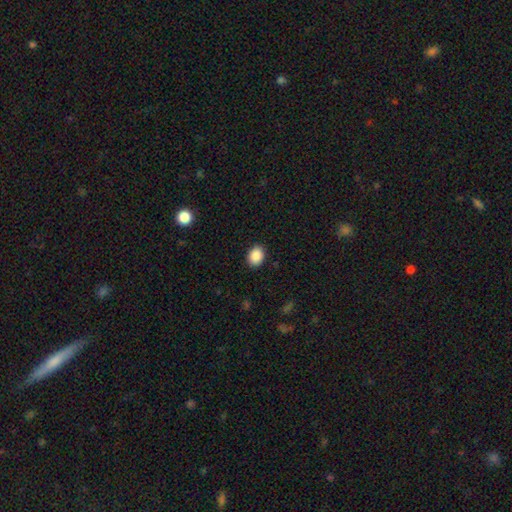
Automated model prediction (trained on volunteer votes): A smooth galaxy with no disk features (89%) that is in between round and cigar-shaped (55%).

Vote fractions:
- Smooth or featured? smooth: 89% / star or artifact: 8% / featured or disk: 3%
- How rounded? in between: 55% / round: 44% / cigar-shaped: 1%
- Merging? none: 89% / minor disturbance: 8% / major disturbance: 2% / merger: 1%